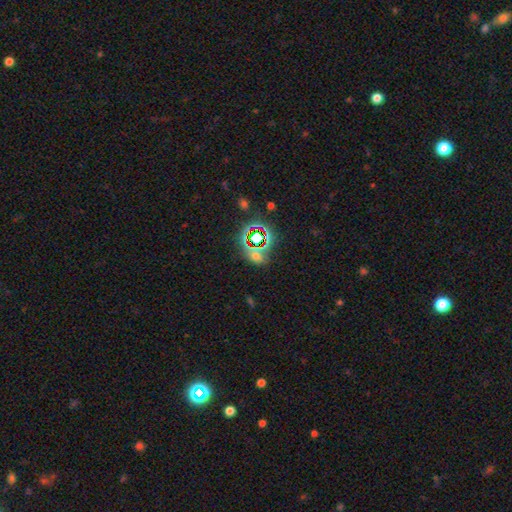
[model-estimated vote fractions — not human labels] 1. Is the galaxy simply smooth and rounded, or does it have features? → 53% star or artifact, 36% smooth, 12% featured or disk.